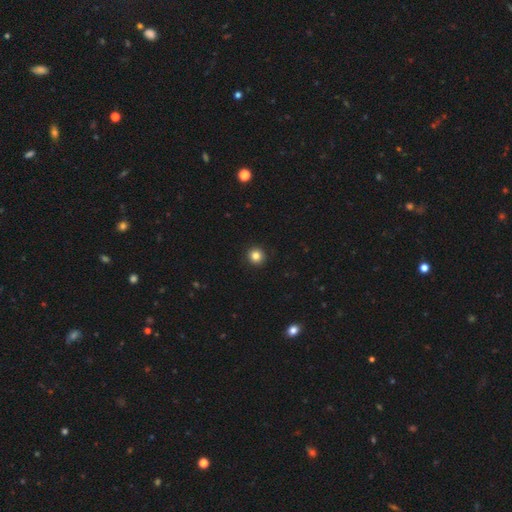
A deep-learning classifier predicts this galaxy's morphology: This appears to be a smooth galaxy with no disk features (83%) that is round (95%). Merging: none (93%).